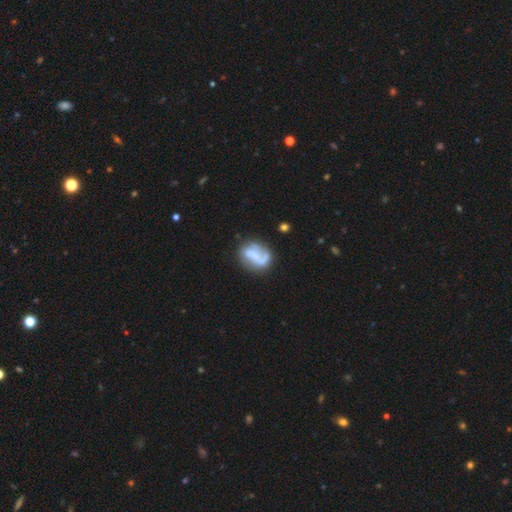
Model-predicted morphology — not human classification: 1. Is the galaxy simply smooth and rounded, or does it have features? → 53% featured or disk, 38% smooth, 8% star or artifact.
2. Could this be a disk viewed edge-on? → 97% no, 3% yes.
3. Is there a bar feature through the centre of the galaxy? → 53% no, 28% weak, 19% strong.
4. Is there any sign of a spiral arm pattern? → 62% yes, 38% no.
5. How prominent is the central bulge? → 58% none, 20% small, 13% moderate, 7% large, 3% dominant.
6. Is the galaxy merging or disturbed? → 49% none, 24% minor disturbance, 19% major disturbance, 8% merger.